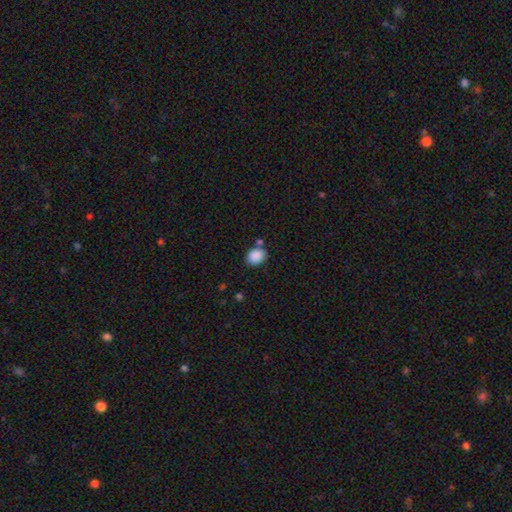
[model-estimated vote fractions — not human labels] This is clearly a smooth galaxy (88%). How rounded: possibly in between (58%). Merging: likely none (71%).